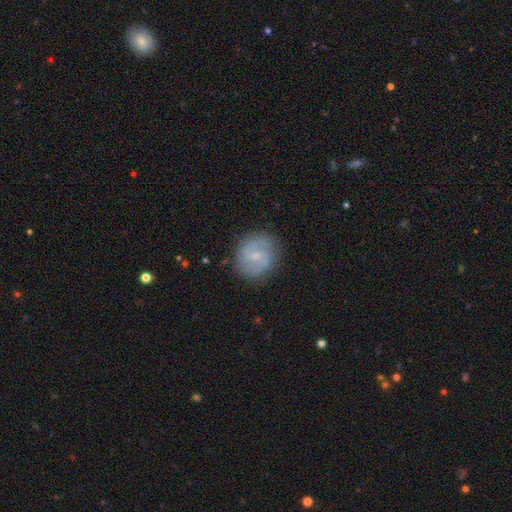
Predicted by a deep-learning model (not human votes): This is likely a featured or disk galaxy (74%). It is clearly not viewed edge-on (98%). Bar: possibly weak (58%). Spiral arm pattern: clearly yes (92%). Spiral arm count: clearly 2 (88%). Spiral winding: possibly medium (52%). Central bulge: likely small (70%). Merging: clearly none (84%).